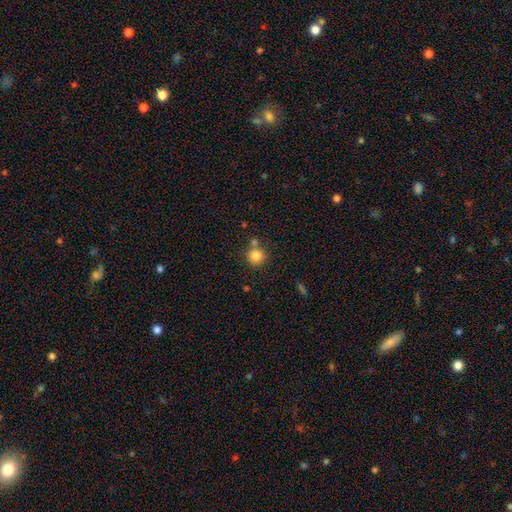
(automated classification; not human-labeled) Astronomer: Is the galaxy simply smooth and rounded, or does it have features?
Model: smooth — 84%.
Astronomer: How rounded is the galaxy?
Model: round — 91%.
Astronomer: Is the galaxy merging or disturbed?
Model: none — 72%.